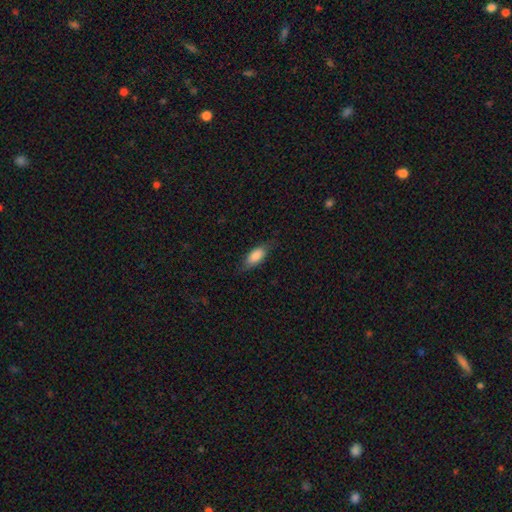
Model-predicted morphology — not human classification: The model was most divided on "merging": none: 74%, minor disturbance: 20%, major disturbance: 5%, merger: 1%. More confident: smooth or featured — smooth (82%); how rounded — in between (82%).